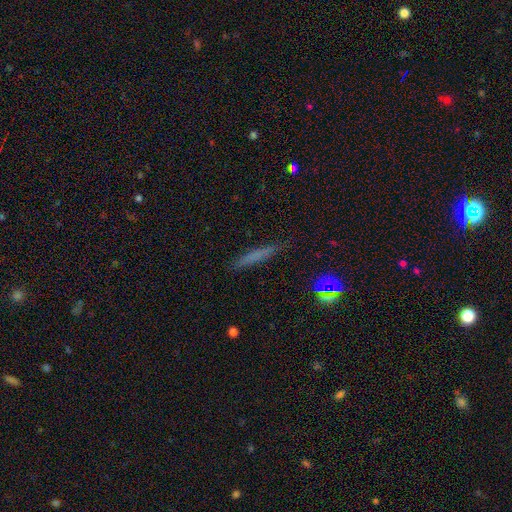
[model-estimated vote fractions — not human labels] smooth_or_featured: smooth (p=0.63) [alt: featured or disk p=0.26]
how_rounded: cigar-shaped (p=0.93) [alt: in between p=0.05]
merging: none (p=0.85) [alt: minor disturbance p=0.11]